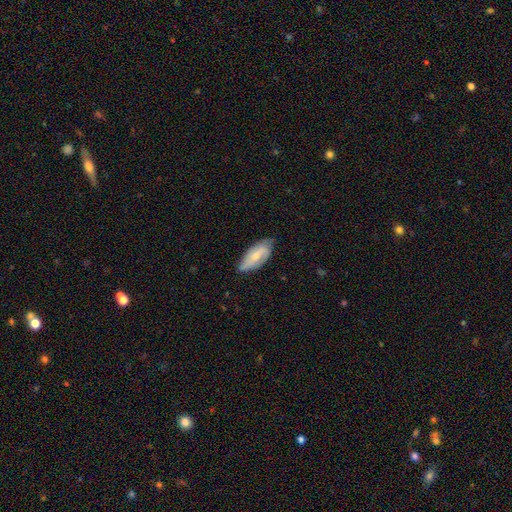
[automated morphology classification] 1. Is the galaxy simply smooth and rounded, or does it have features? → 48% smooth, 45% featured or disk, 6% star or artifact.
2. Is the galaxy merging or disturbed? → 65% none, 29% minor disturbance, 5% major disturbance, 1% merger.